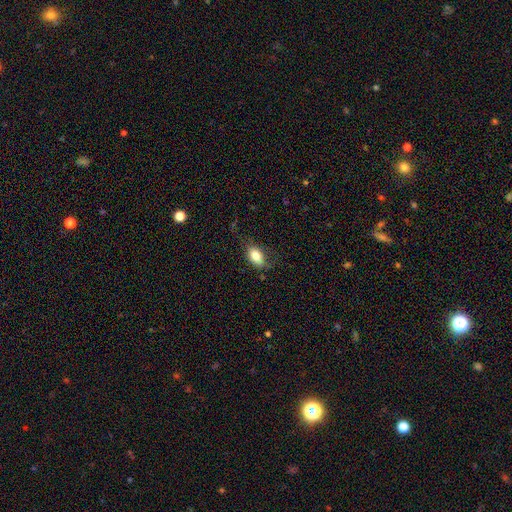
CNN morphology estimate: smooth-or-featured: smooth: 80% | featured or disk: 13% | star or artifact: 8%
  how-rounded: in between: 88% | round: 8% | cigar-shaped: 3%
  merging: none: 59% | minor disturbance: 25% | major disturbance: 13% | merger: 2%